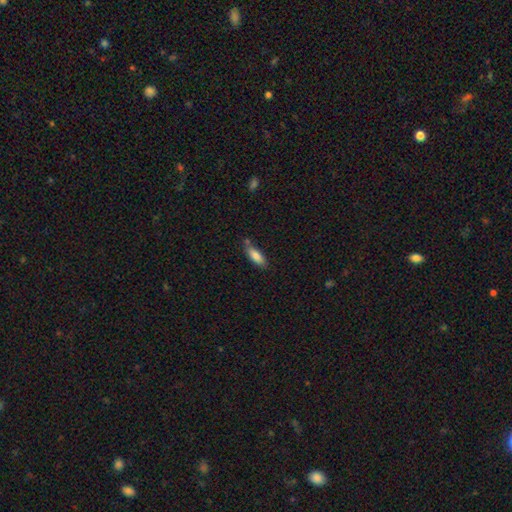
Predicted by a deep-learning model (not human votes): Overall: smooth (82%). How rounded: in between (67%; cigar-shaped 31%). Merging: none (66%).